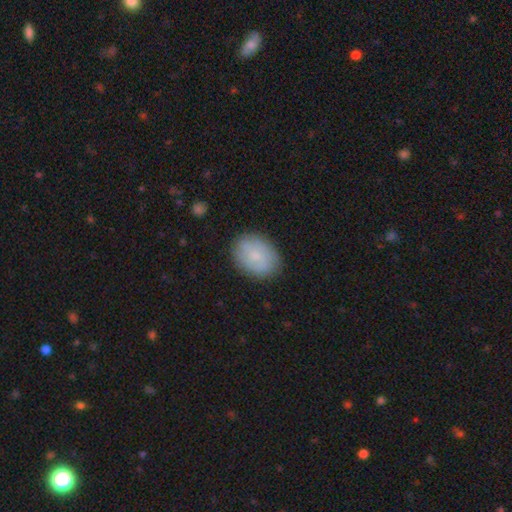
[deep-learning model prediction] This appears to be a smooth galaxy with no disk features (67%) that is in between round and cigar-shaped (65%). Merging: none (84%).